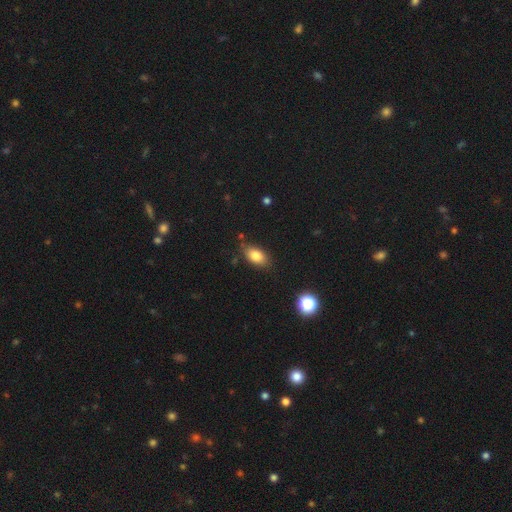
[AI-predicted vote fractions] Overall: smooth (83%). How rounded: in between (89%). Merging: none (79%).